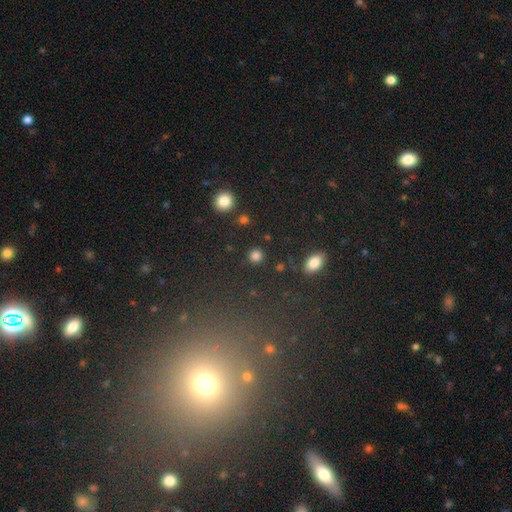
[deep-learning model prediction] This is clearly a smooth galaxy (84%). How rounded: clearly round (91%). Merging: clearly none (88%).